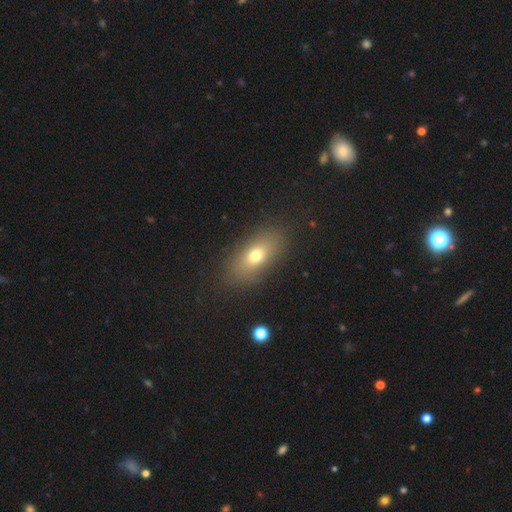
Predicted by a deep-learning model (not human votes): Overall: smooth (70%). How rounded: in between (80%). Merging: none (84%).